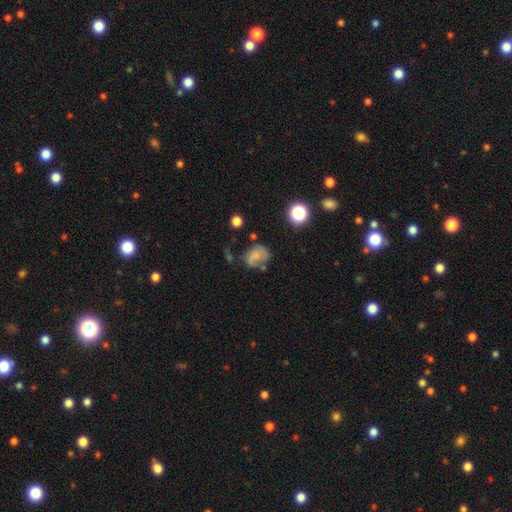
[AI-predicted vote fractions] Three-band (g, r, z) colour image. It shows a smooth galaxy with no disk features (57%) that is in between round and cigar-shaped (52%). Merging: none (45%).